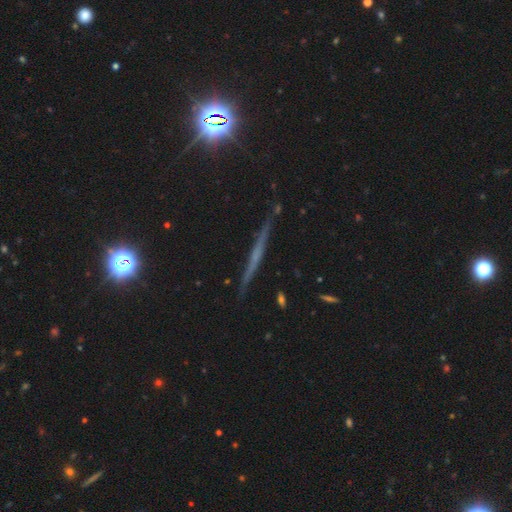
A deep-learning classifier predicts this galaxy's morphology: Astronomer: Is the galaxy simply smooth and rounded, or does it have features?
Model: featured or disk — 60%.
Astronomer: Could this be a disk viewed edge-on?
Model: yes — 96%.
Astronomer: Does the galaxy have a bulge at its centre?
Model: none — 66%.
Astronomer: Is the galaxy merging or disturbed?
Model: none — 88%.